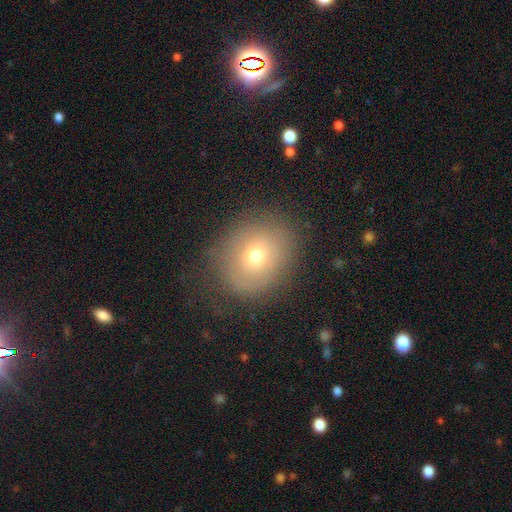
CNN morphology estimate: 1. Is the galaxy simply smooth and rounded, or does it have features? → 65% smooth, 22% featured or disk, 13% star or artifact.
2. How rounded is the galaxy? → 65% round, 34% in between, 1% cigar-shaped.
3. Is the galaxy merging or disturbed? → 76% none, 16% minor disturbance, 7% major disturbance, 1% merger.